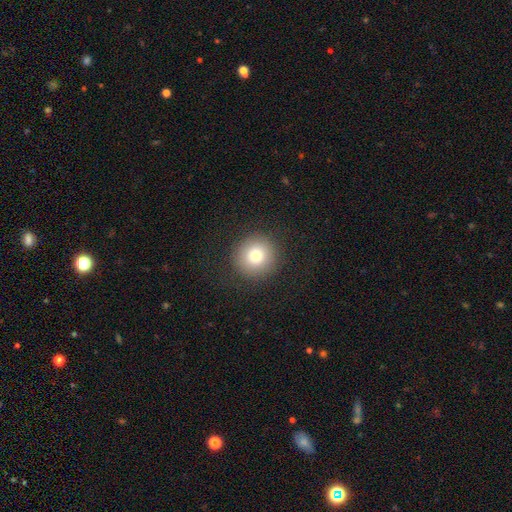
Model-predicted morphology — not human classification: This is likely a smooth galaxy (77%). How rounded: clearly round (94%). Merging: clearly none (90%).